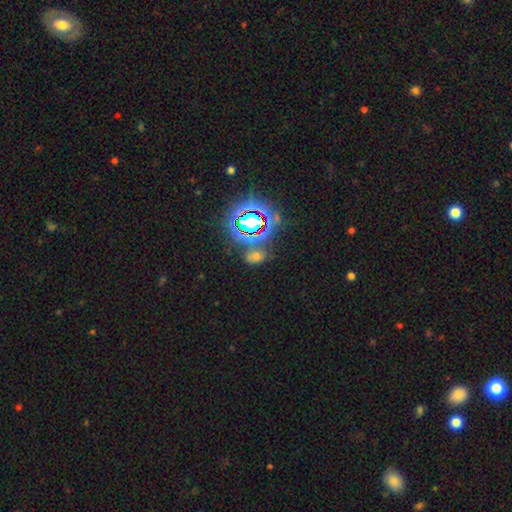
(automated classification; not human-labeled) star or artifact 52%, smooth 35%, featured or disk 13%.